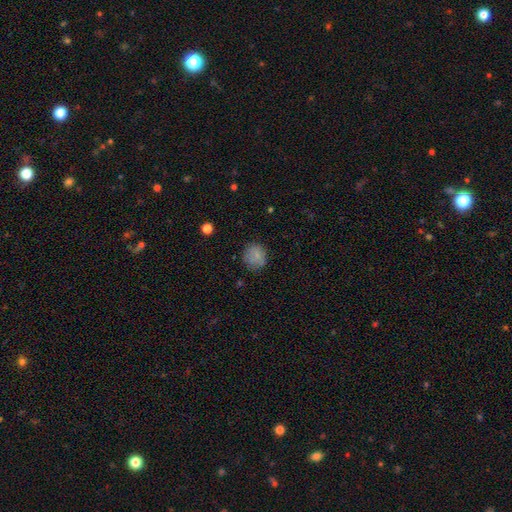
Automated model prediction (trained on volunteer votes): Smooth or featured: smooth — 80% (star or artifact — 11%)
How rounded: round — 78% (in between — 21%)
Merging: none — 77% (minor disturbance — 17%)